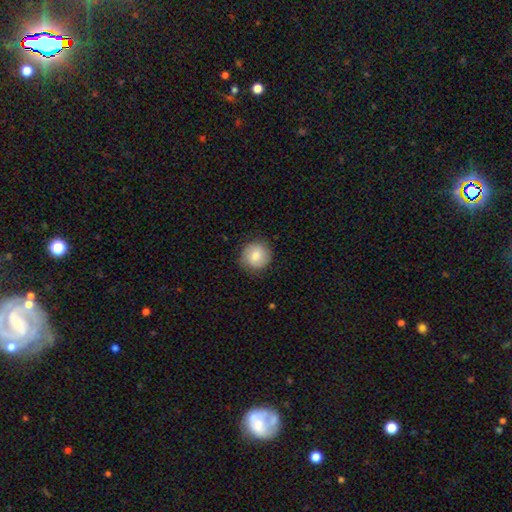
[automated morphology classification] type=smooth (75%); roundness=round (89%); merging=none (84%).